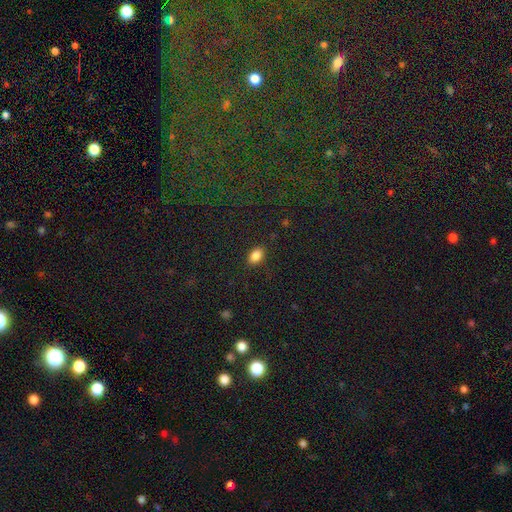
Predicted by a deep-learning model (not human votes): The model was most divided on "smooth or featured": smooth: 86%, star or artifact: 9%, featured or disk: 5%. More confident: how rounded — in between (88%); merging — none (87%).